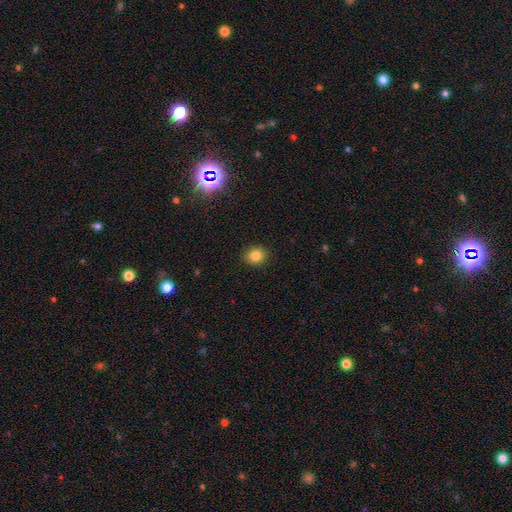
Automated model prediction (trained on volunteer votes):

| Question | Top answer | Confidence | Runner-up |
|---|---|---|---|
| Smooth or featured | smooth | 82% | star or artifact (12%) |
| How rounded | round | 76% | in between (24%) |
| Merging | none | 91% | minor disturbance (6%) |